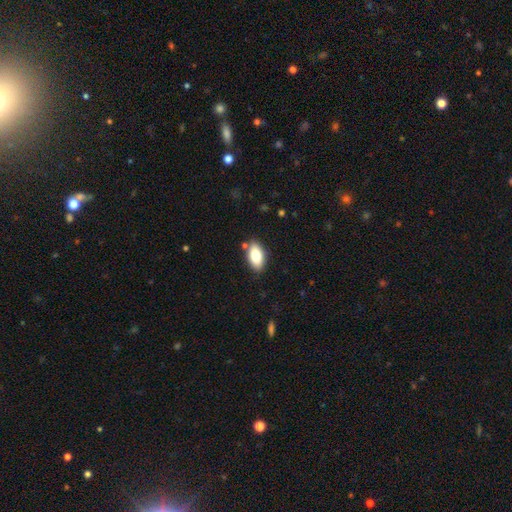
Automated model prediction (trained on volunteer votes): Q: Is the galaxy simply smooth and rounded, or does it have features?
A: smooth — 80%.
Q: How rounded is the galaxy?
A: in between — 91%.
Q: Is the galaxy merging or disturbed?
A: none — 84%.